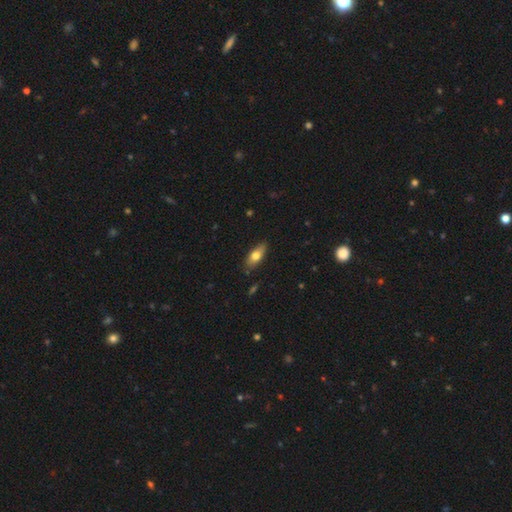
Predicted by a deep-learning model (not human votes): Smooth or featured? Predicted: smooth (p=0.71). How rounded? Predicted: in between (p=0.78). Merging? Predicted: none (p=0.83).